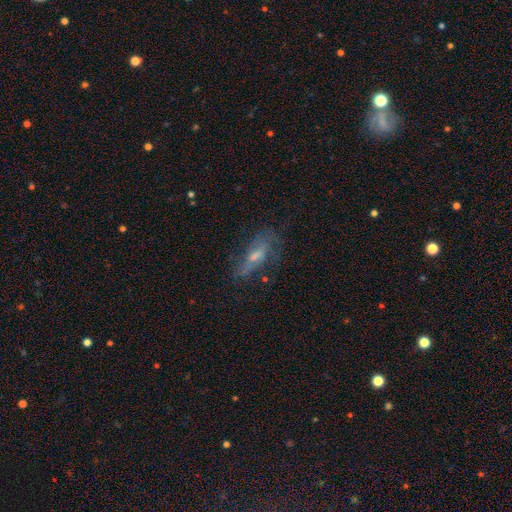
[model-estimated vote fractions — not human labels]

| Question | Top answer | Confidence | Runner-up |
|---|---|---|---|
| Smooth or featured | featured or disk | 56% | smooth (32%) |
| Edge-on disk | no | 67% | yes (33%) |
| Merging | none | 57% | minor disturbance (24%) |